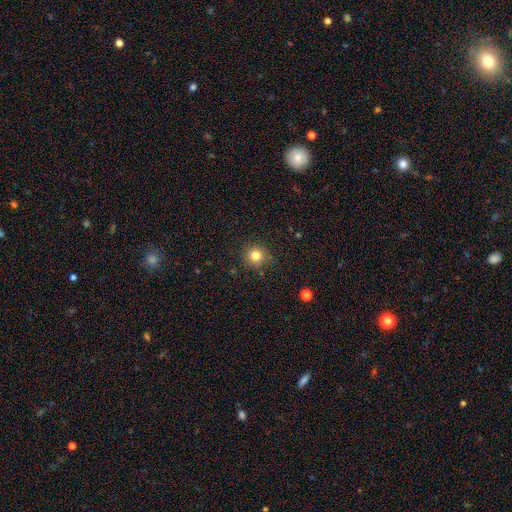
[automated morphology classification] Overall: smooth (81%). How rounded: round (93%). Merging: none (86%).